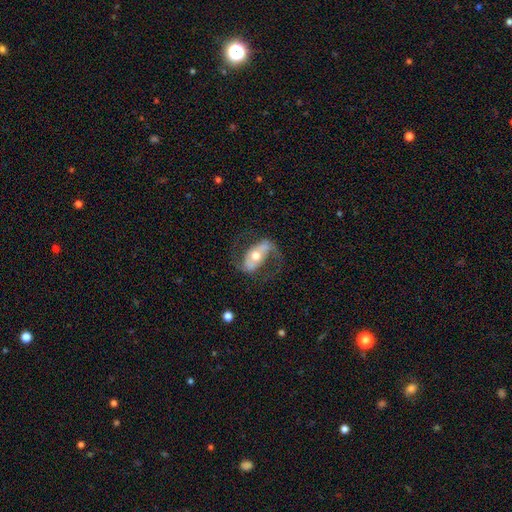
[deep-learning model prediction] featured or disk 82%, smooth 13%, star or artifact 5%. Down the decision tree: edge-on disk — no (95%); bar — strong (37%); spiral arms — yes (91%); spiral arm count — 2 (90%); spiral winding — medium (45%); bulge size — moderate (70%); merging — none (67%).